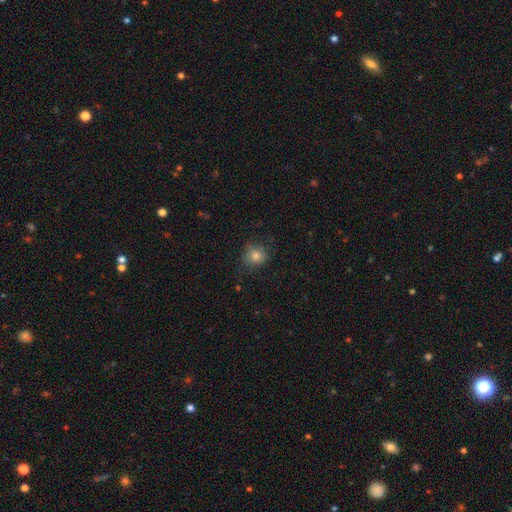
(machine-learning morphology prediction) Smooth or featured? Predicted: smooth (p=0.79). How rounded? Predicted: round (p=0.80). Merging? Predicted: none (p=0.74).